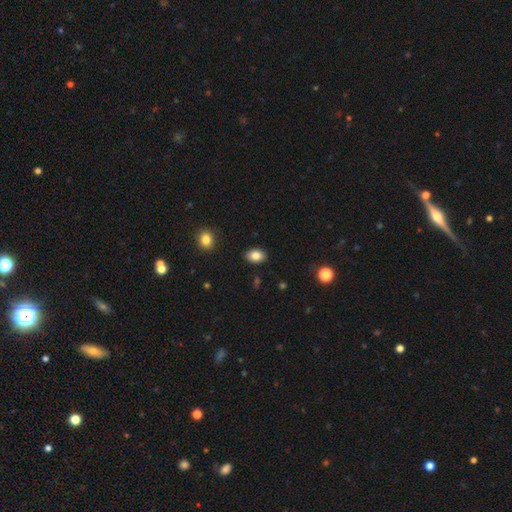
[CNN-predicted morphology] Smooth or featured?
  - smooth: 84% *
  - star or artifact: 9%
  - featured or disk: 7%
How rounded?
  - in between: 78% *
  - round: 21%
  - cigar-shaped: 1%
Merging?
  - none: 89% *
  - minor disturbance: 8%
  - major disturbance: 2%
  - merger: 1%